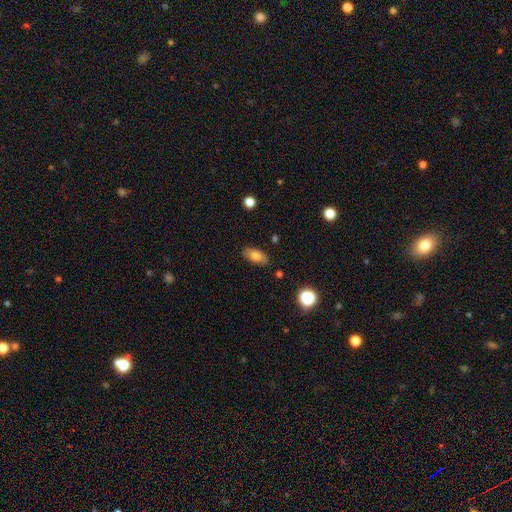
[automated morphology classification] This is likely a smooth galaxy (77%). How rounded: clearly in between (89%). Merging: clearly none (84%).